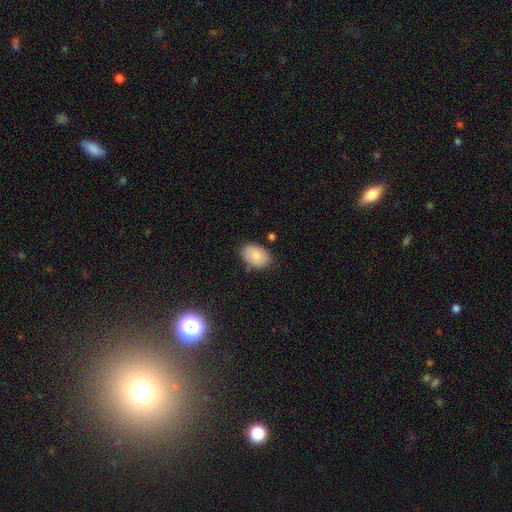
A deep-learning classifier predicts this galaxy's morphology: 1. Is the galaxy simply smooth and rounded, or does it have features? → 83% smooth, 10% featured or disk, 8% star or artifact.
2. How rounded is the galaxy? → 82% in between, 17% round, 1% cigar-shaped.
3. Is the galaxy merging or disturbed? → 79% none, 15% minor disturbance, 3% major disturbance, 3% merger.